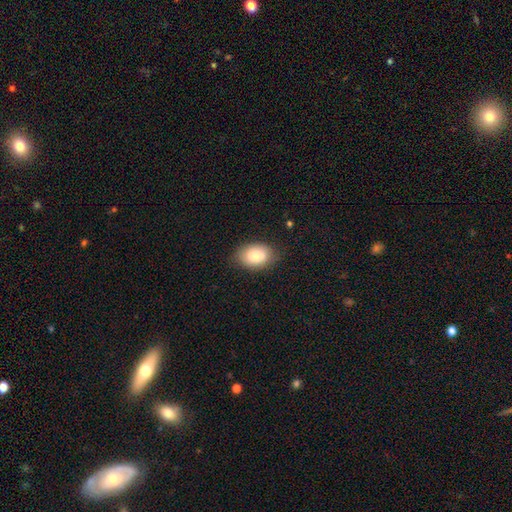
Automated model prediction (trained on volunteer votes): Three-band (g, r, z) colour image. It shows a smooth galaxy with no disk features (84%) that is in between round and cigar-shaped (85%). Merging: none (81%).